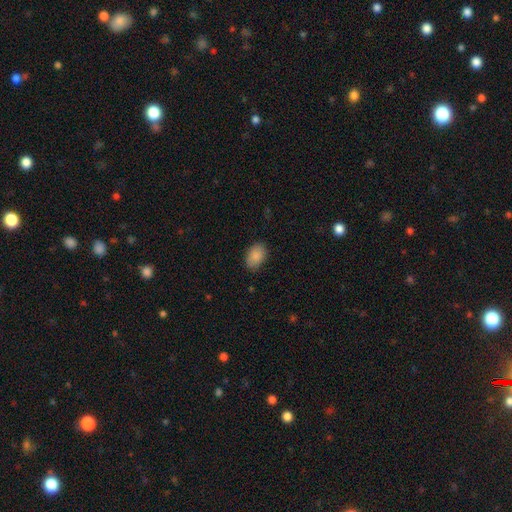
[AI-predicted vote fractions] Q: Smooth or featured?
A: smooth (88%); runner-up: star or artifact (7%)
Q: How rounded?
A: in between (88%); runner-up: round (11%)
Q: Merging?
A: none (85%); runner-up: minor disturbance (12%)